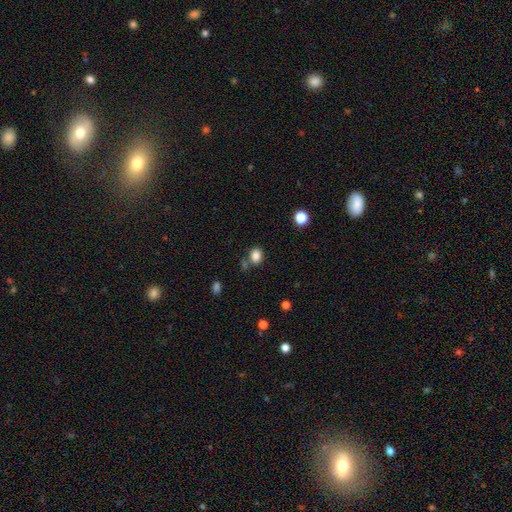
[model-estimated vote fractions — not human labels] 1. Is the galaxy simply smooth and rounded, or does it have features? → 84% smooth, 11% star or artifact, 5% featured or disk.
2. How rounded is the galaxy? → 54% in between, 45% round, 1% cigar-shaped.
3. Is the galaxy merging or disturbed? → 68% none, 14% minor disturbance, 12% merger, 5% major disturbance.